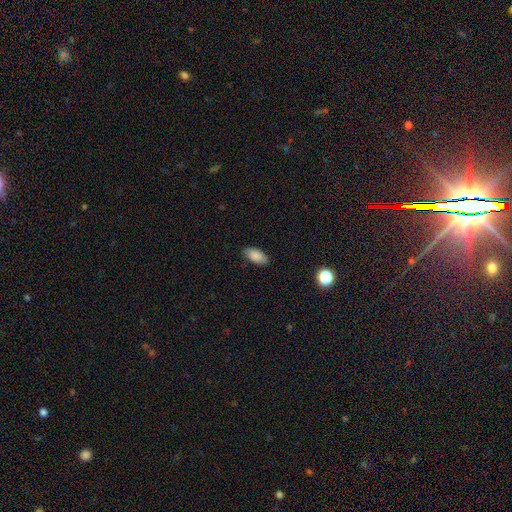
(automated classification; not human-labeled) This appears to be a smooth galaxy with no disk features (88%) that is in between round and cigar-shaped (93%). Merging: none (85%).